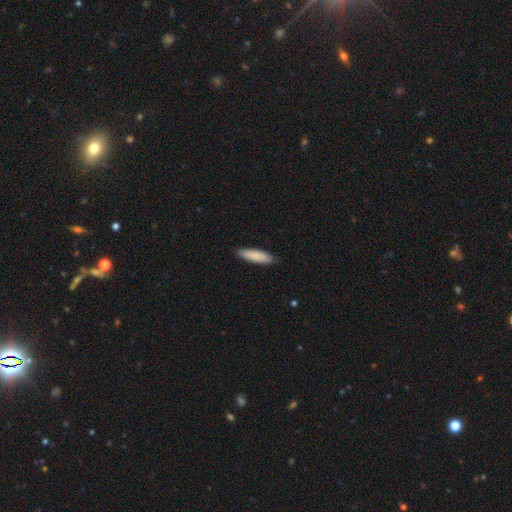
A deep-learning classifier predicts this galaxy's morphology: smooth 86%, featured or disk 8%, star or artifact 5%. Down the decision tree: how rounded — cigar-shaped (66%); merging — none (86%).